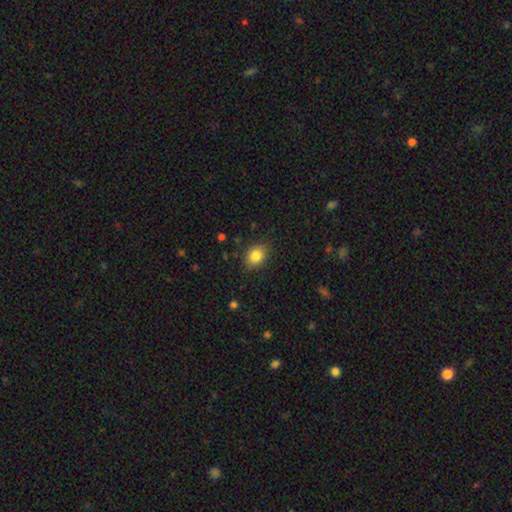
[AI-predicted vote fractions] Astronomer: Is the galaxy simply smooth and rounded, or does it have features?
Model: smooth — 83%.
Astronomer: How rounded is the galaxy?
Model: in between — 60% (runner-up: round, 39%).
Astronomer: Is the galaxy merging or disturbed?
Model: none — 85%.